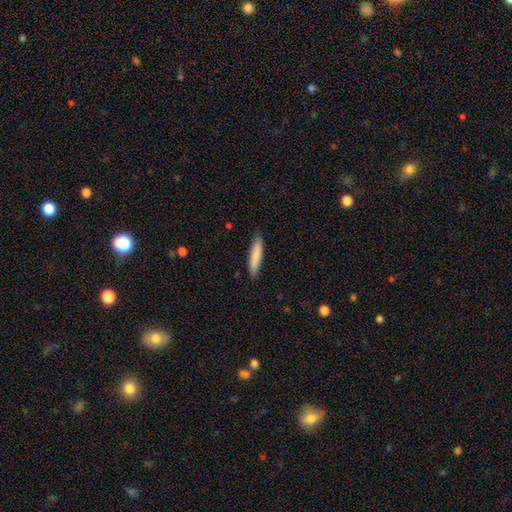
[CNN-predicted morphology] smooth_or_featured: smooth (p=0.84) [alt: featured or disk p=0.11]
how_rounded: cigar-shaped (p=0.84) [alt: in between p=0.15]
merging: none (p=0.87) [alt: minor disturbance p=0.10]